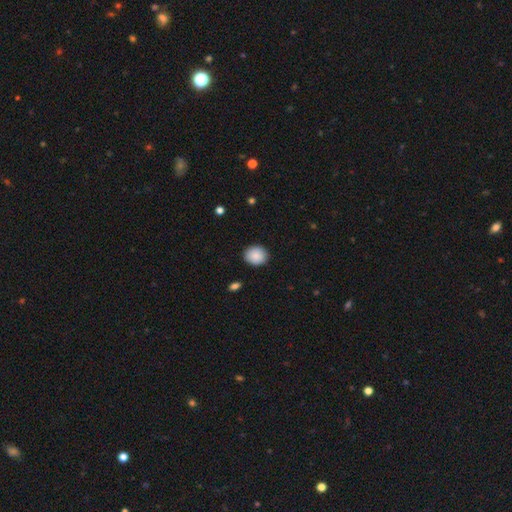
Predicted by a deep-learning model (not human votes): smooth 88%, star or artifact 7%, featured or disk 4%. Down the decision tree: how rounded — round (71%); merging — none (89%).